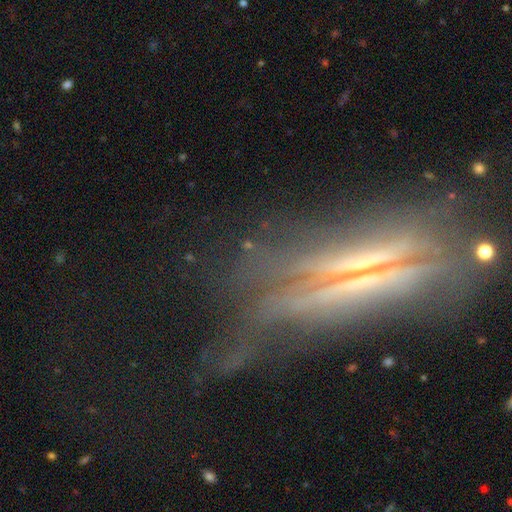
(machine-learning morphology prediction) smooth_or_featured: featured or disk (p=0.63) [alt: star or artifact p=0.22]
disk_edge_on: yes (p=0.82) [alt: no p=0.18]
edge_on_bulge: rounded (p=0.59) [alt: none p=0.27]
merging: none (p=0.67) [alt: minor disturbance p=0.17]